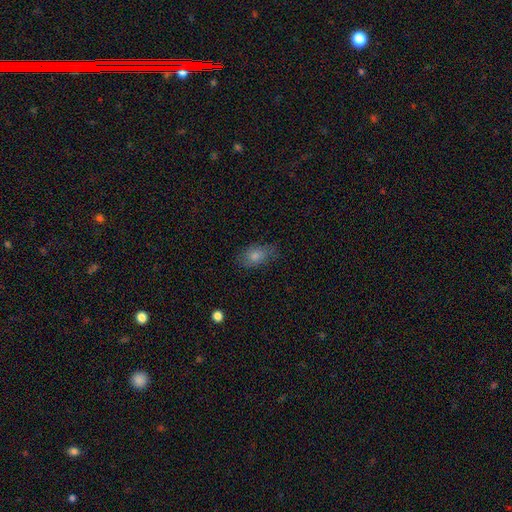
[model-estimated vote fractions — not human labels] smooth_or_featured: smooth (p=0.81) [alt: featured or disk p=0.10]
how_rounded: in between (p=0.85) [alt: round p=0.13]
merging: none (p=0.72) [alt: minor disturbance p=0.21]